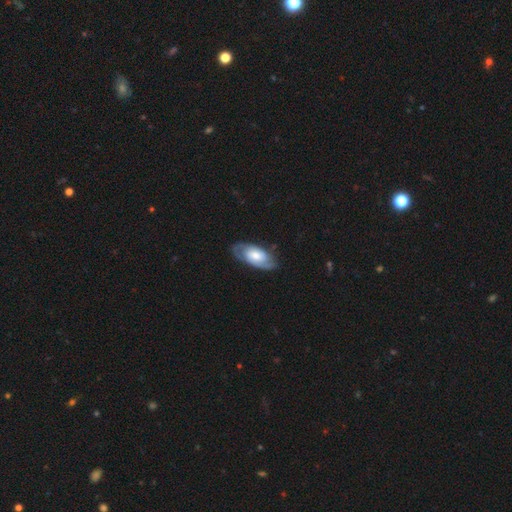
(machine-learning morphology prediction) Q: Smooth or featured?
A: featured or disk (64%); runner-up: smooth (31%)
Q: Edge-on disk?
A: no (90%); runner-up: yes (10%)
Q: Bar?
A: no (63%); runner-up: weak (30%)
Q: Spiral arms?
A: yes (82%); runner-up: no (18%)
Q: Bulge size?
A: moderate (52%); runner-up: small (23%)
Q: Merging?
A: none (77%); runner-up: minor disturbance (16%)